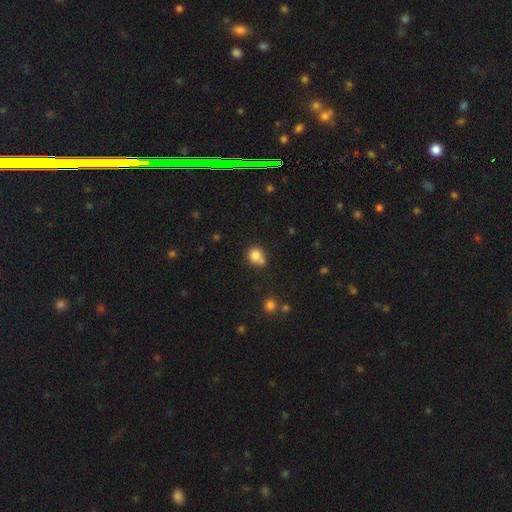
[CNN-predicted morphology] Overall: smooth (81%). How rounded: round (78%). Merging: none (53%; merger 26%).